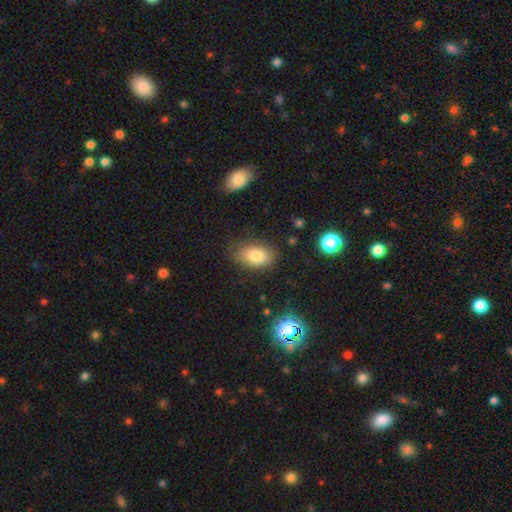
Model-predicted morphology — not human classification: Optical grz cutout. It shows a smooth galaxy with no disk features (82%) that is in between round and cigar-shaped (90%). Merging: none (79%).